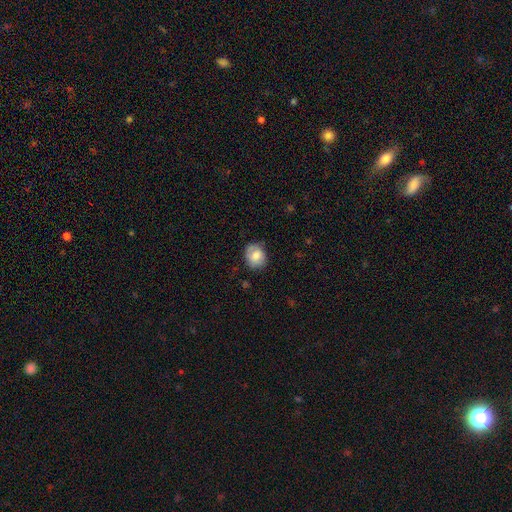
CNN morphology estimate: This appears to be a smooth galaxy with no disk features (75%) that is round (65%). Merging: none (74%).